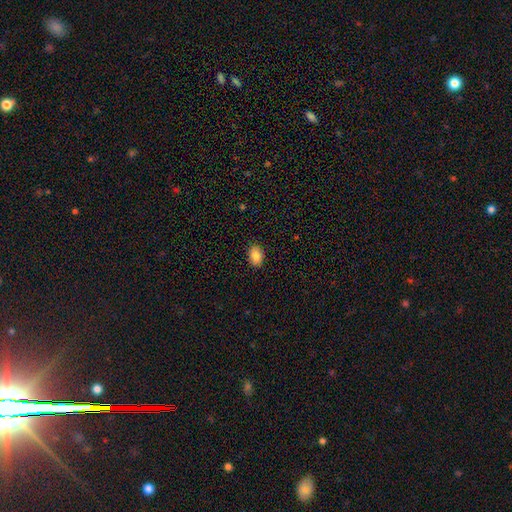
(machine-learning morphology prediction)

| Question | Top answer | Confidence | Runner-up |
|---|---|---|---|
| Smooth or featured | smooth | 87% | star or artifact (8%) |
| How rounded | in between | 85% | round (14%) |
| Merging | none | 89% | minor disturbance (8%) |